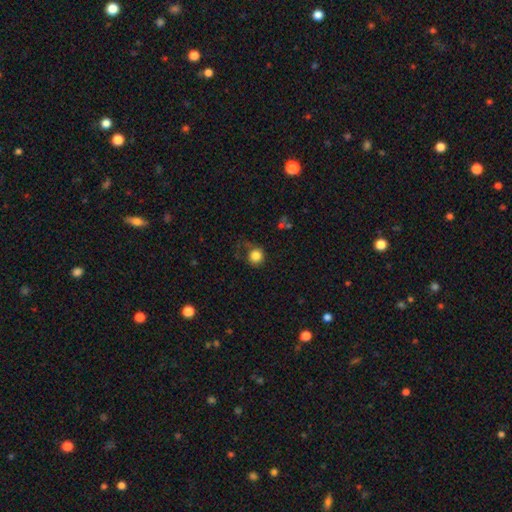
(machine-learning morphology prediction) This appears to be a smooth galaxy with no disk features (83%) that is round (89%). Merging: none (61%).